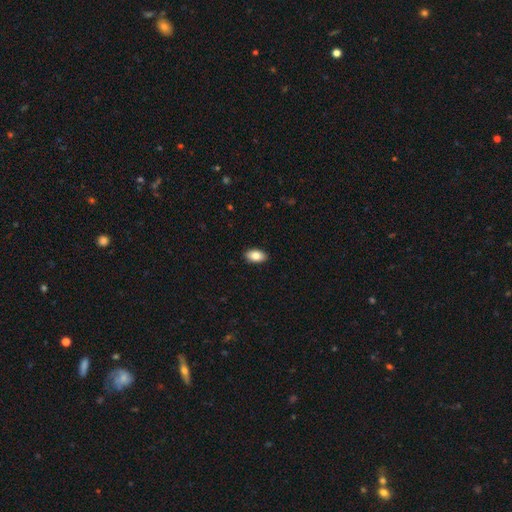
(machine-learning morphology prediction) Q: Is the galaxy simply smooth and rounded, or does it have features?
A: smooth — 83%.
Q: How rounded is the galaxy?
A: in between — 93%.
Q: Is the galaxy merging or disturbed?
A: none — 90%.